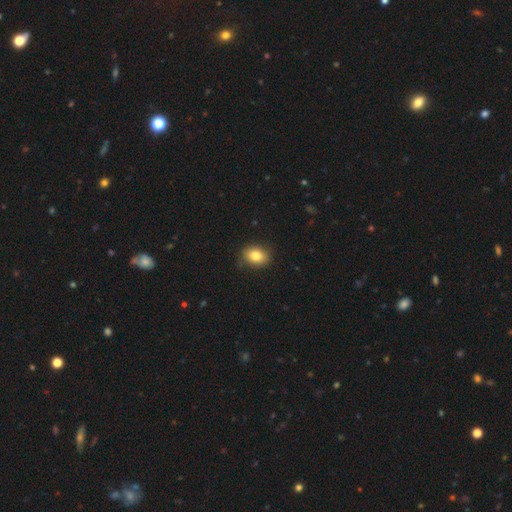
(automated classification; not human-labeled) This appears to be a smooth galaxy with no disk features (83%) that is in between round and cigar-shaped (67%). Merging: none (84%).